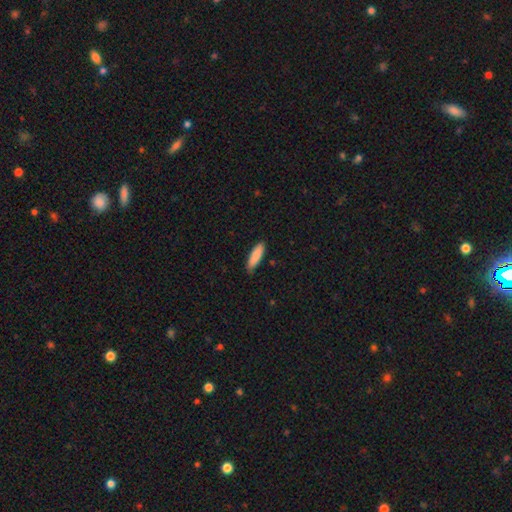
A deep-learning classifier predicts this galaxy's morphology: The model was most divided on "how rounded": cigar-shaped: 62%, in between: 37%, round: 1%. More confident: smooth or featured — smooth (88%); merging — none (84%).